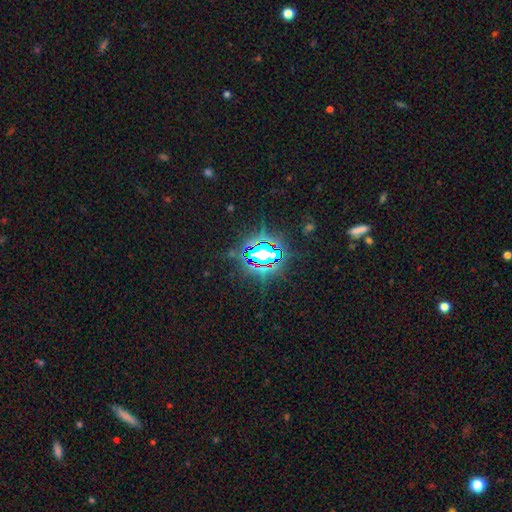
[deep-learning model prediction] A star or artifact, not a galaxy (83%).